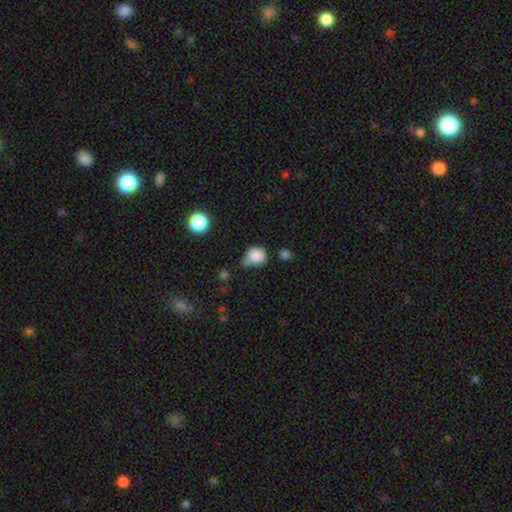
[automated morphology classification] type=smooth (83%); roundness=round (63%); merging=none (40%).